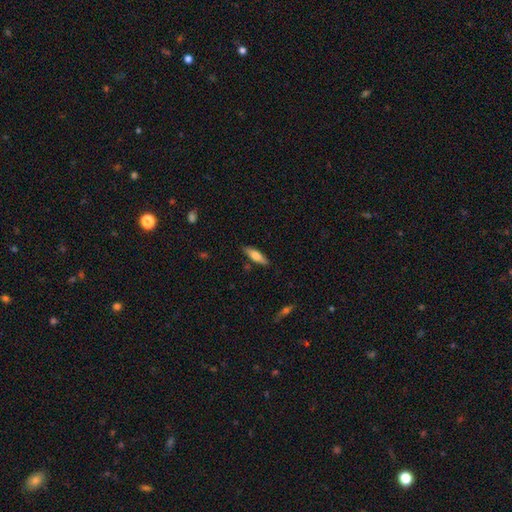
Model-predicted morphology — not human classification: Smooth or featured? Predicted: smooth (p=0.68). How rounded? Predicted: cigar-shaped (p=0.53). Merging? Predicted: none (p=0.84).